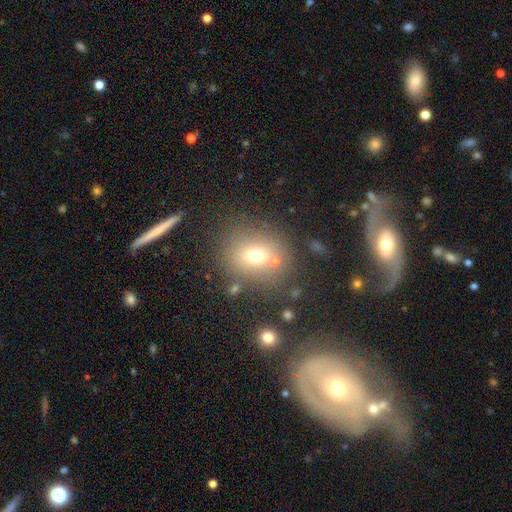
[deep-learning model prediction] The model was most divided on "how rounded": round: 70%, in between: 28%, cigar-shaped: 1%. More confident: merging — none (71%); smooth or featured — smooth (67%).